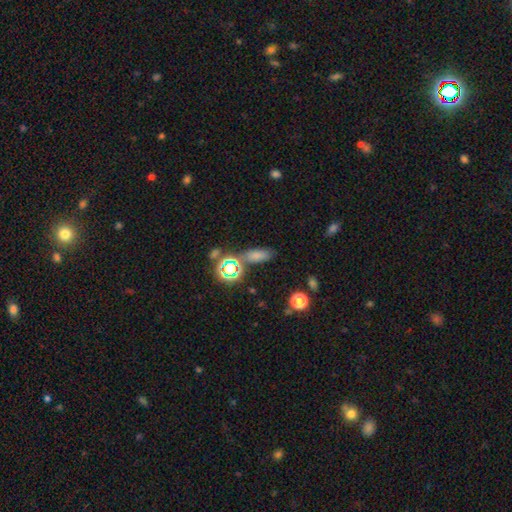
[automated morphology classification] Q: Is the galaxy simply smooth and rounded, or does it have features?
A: smooth — 45%.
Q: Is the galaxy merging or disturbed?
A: none — 72%.